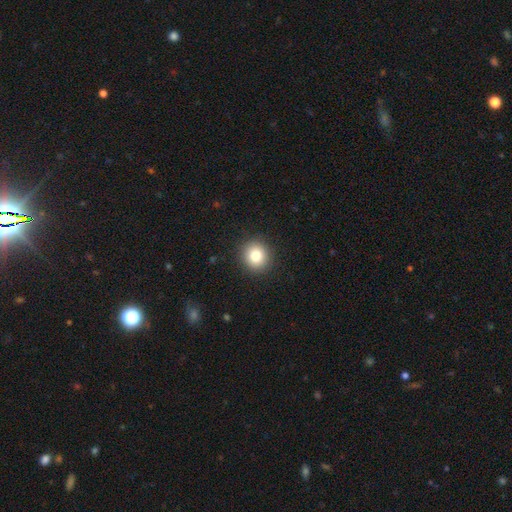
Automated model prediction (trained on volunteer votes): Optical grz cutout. It shows a smooth galaxy with no disk features (82%) that is round (89%). Merging: none (92%).